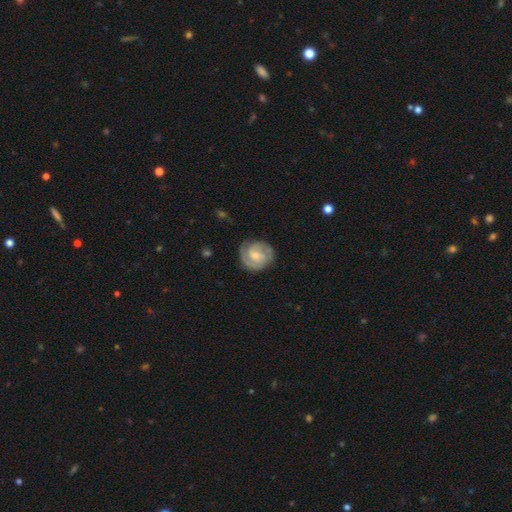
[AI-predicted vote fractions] smooth-or-featured: featured or disk: 81% | smooth: 15% | star or artifact: 5%
  disk-edge-on: no: 98% | yes: 2%
    bar: weak: 46% | no: 43% | strong: 11%
    has-spiral-arms: yes: 95% | no: 5%
      spiral-winding: tight: 58% | medium: 35% | loose: 7%
      spiral-arm-count: 2: 71% | can't tell: 11% | 3: 10% | 1: 3% | 4: 2% | more than 4: 2%
    bulge-size: small: 51% | moderate: 38% | none: 7% | large: 3% | dominant: 1%
  merging: none: 78% | minor disturbance: 15% | major disturbance: 5% | merger: 1%